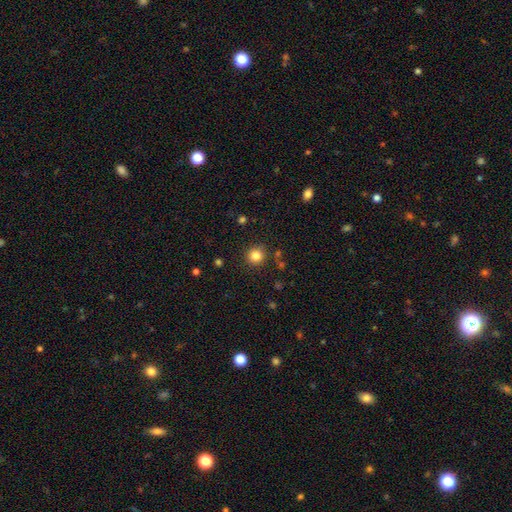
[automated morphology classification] A smooth galaxy with no disk features (82%) that is round (93%).

Vote fractions:
- Smooth or featured? smooth: 82% / star or artifact: 12% / featured or disk: 5%
- How rounded? round: 93% / in between: 6% / cigar-shaped: 1%
- Merging? none: 89% / minor disturbance: 7% / major disturbance: 2% / merger: 2%